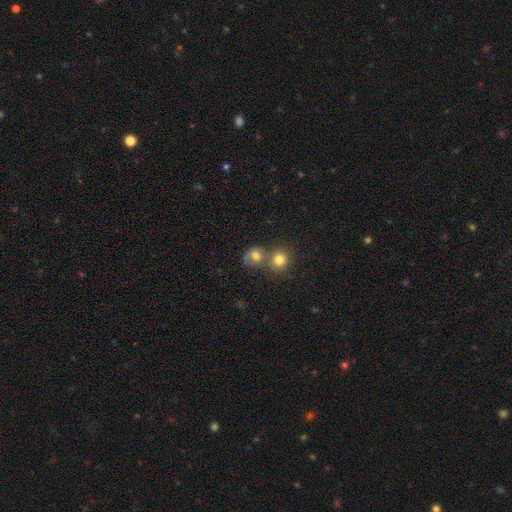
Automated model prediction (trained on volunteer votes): A smooth galaxy with no disk features (75%) that is round (72%).

Vote fractions:
- Smooth or featured? smooth: 75% / featured or disk: 14% / star or artifact: 12%
- How rounded? round: 72% / in between: 27% / cigar-shaped: 1%
- Merging? merger: 49% / none: 35% / minor disturbance: 10% / major disturbance: 6%